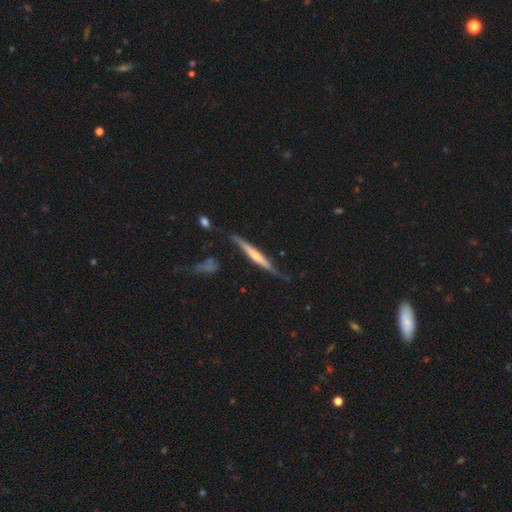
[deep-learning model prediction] featured or disk 59%, smooth 36%, star or artifact 5%. Down the decision tree: edge-on disk — yes (91%); edge-on bulge — rounded (42%, tied with none); merging — none (61%).